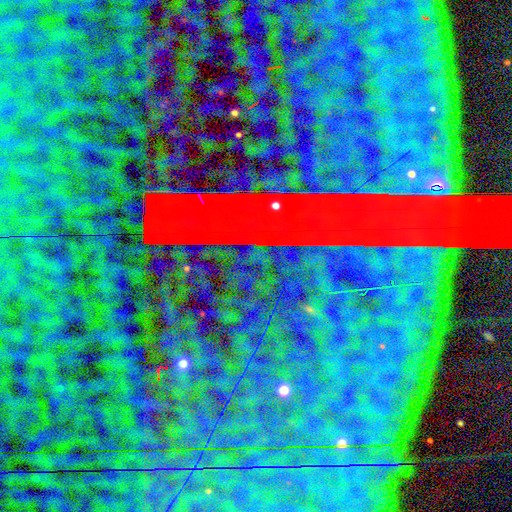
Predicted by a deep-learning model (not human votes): Smooth or featured?
  - star or artifact: 87% *
  - featured or disk: 7%
  - smooth: 6%